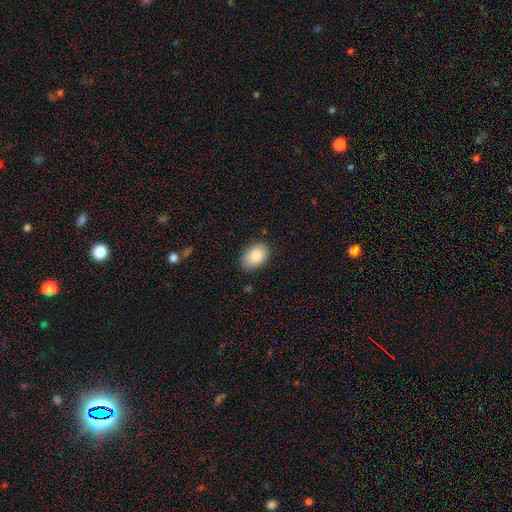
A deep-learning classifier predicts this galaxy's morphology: This appears to be a smooth galaxy with no disk features (86%) that is in between round and cigar-shaped (86%). Merging: none (82%).